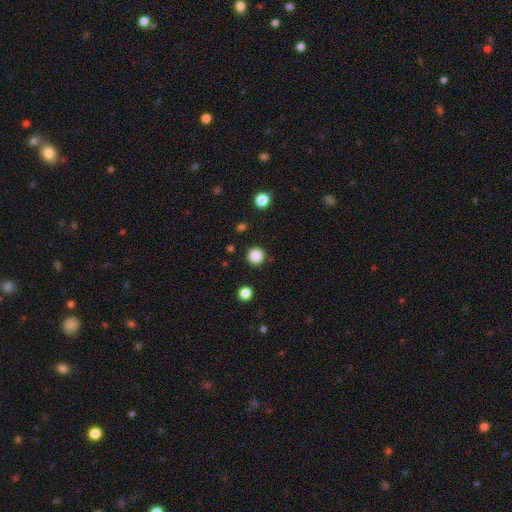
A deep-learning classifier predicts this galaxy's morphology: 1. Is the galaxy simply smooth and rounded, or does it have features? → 86% smooth, 11% star or artifact, 3% featured or disk.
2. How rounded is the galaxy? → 96% round, 3% in between, 1% cigar-shaped.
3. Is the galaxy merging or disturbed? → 92% none, 5% minor disturbance, 2% major disturbance, 1% merger.